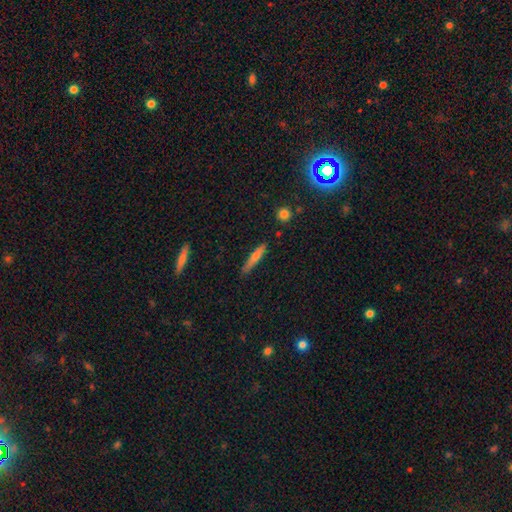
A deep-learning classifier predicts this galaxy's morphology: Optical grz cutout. It shows a smooth galaxy with no disk features (60%) that is cigar-shaped (91%). Merging: none (84%).